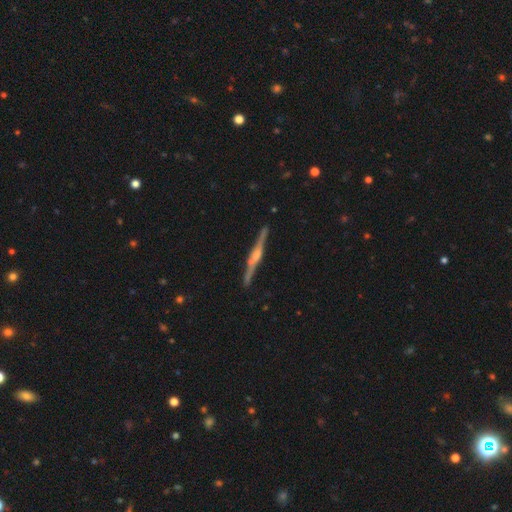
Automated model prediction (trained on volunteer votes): featured or disk 84%, smooth 11%, star or artifact 5%. Down the decision tree: edge-on disk — yes (98%); edge-on bulge — rounded (77%); merging — none (91%).